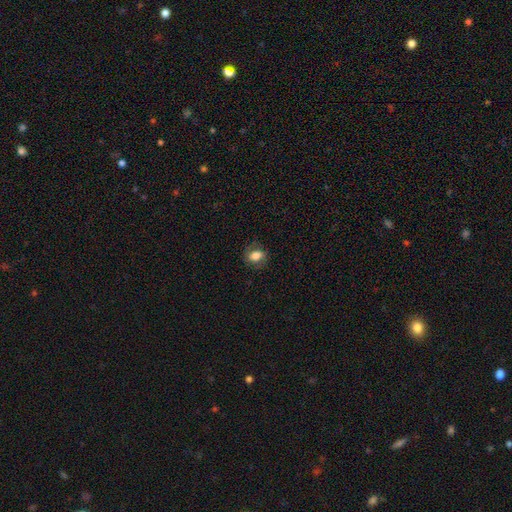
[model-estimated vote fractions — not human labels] smooth 73%, featured or disk 18%, star or artifact 9%. Down the decision tree: how rounded — in between (62%); merging — none (76%).